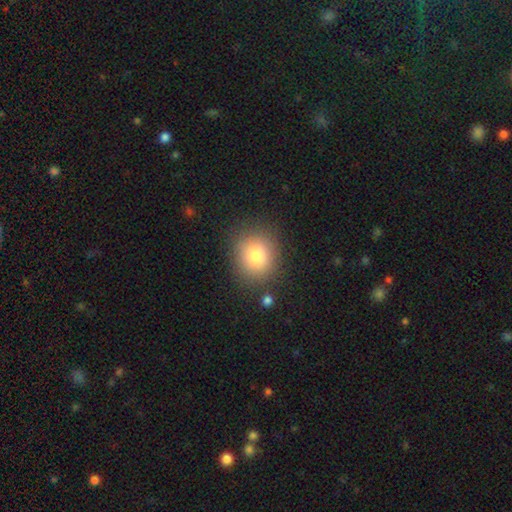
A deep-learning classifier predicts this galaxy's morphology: Smooth or featured?
  - smooth: 82% *
  - star or artifact: 10%
  - featured or disk: 8%
How rounded?
  - round: 80% *
  - in between: 19%
  - cigar-shaped: 1%
Merging?
  - none: 83% *
  - minor disturbance: 10%
  - major disturbance: 4%
  - merger: 3%